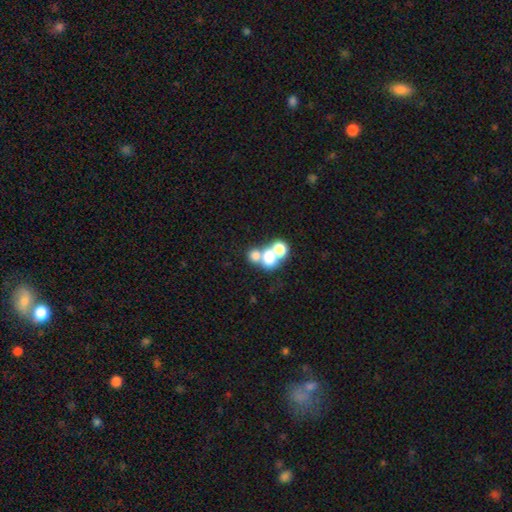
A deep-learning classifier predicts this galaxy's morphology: A smooth galaxy with no disk features (64%) that is round (58%).

Vote fractions:
- Smooth or featured? smooth: 64% / featured or disk: 19% / star or artifact: 16%
- How rounded? round: 58% / in between: 41% / cigar-shaped: 1%
- Merging? merger: 62% / none: 28% / minor disturbance: 6% / major disturbance: 5%